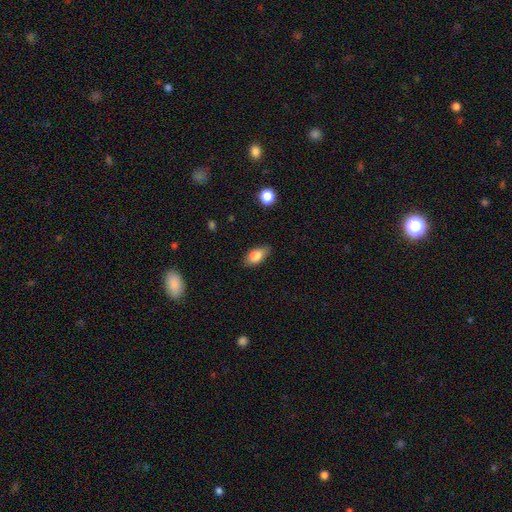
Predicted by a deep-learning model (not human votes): smooth-or-featured: smooth: 81% | featured or disk: 11% | star or artifact: 8%
  how-rounded: in between: 88% | cigar-shaped: 7% | round: 6%
  merging: none: 79% | minor disturbance: 16% | major disturbance: 3% | merger: 1%